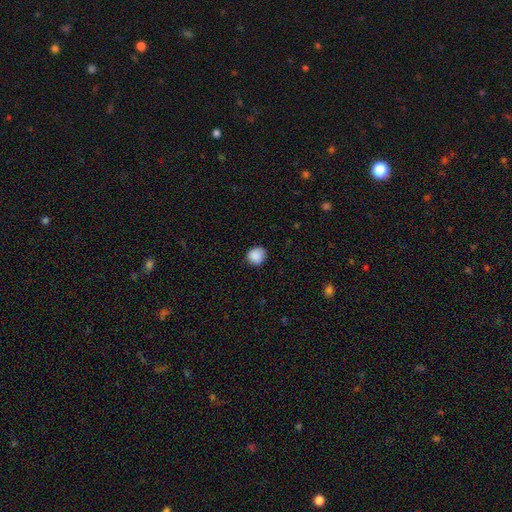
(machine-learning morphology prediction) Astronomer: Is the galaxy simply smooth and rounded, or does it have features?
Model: smooth — 89%.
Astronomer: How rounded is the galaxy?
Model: round — 83%.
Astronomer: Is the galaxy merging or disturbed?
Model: none — 84%.